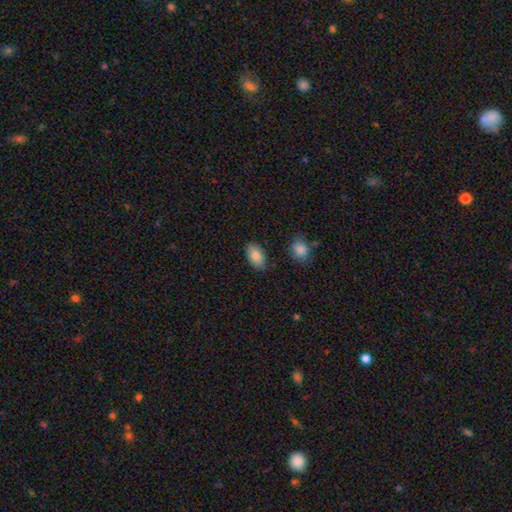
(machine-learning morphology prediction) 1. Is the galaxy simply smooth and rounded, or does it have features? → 85% smooth, 8% featured or disk, 7% star or artifact.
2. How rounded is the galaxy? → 93% in between, 6% round, 2% cigar-shaped.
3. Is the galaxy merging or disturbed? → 84% none, 11% minor disturbance, 3% merger, 2% major disturbance.